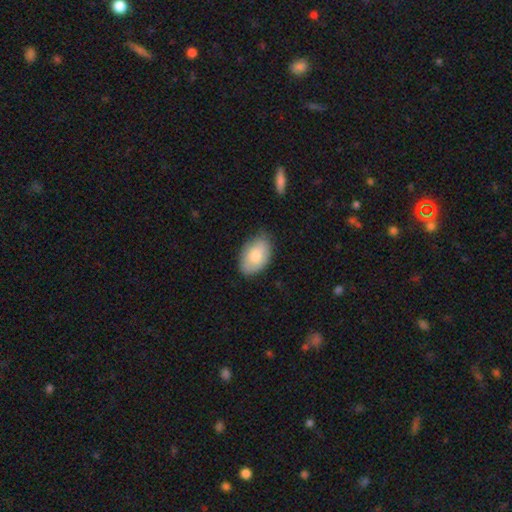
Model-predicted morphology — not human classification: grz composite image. It shows a smooth galaxy with no disk features (81%) that is in between round and cigar-shaped (92%). Merging: none (73%).